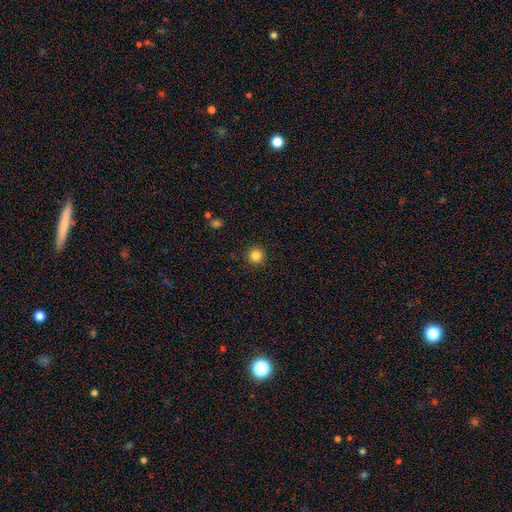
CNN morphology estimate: smooth 84%, star or artifact 12%, featured or disk 5%. Down the decision tree: how rounded — round (95%); merging — none (92%).